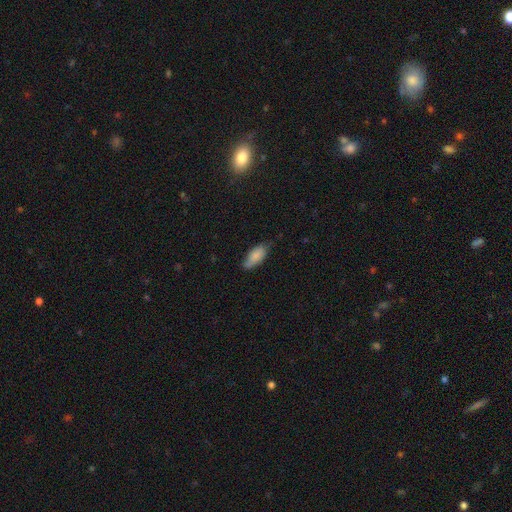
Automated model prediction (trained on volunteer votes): Q: Smooth or featured?
A: smooth (84%); runner-up: featured or disk (10%)
Q: How rounded?
A: in between (84%); runner-up: cigar-shaped (14%)
Q: Merging?
A: none (63%); runner-up: minor disturbance (30%)